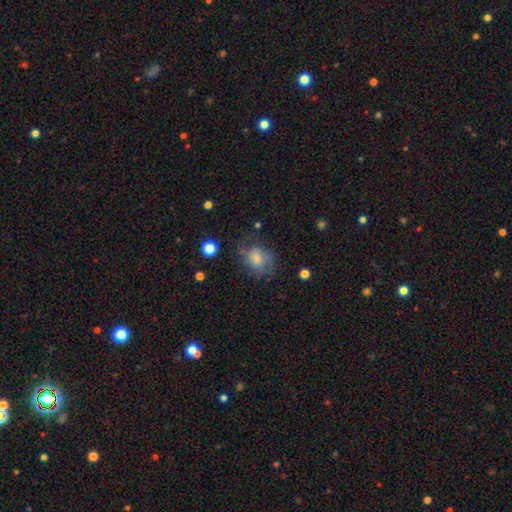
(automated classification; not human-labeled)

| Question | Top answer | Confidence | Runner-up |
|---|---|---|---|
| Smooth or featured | smooth | 52% | featured or disk (31%) |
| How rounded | round | 55% | in between (44%) |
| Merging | none | 64% | minor disturbance (22%) |